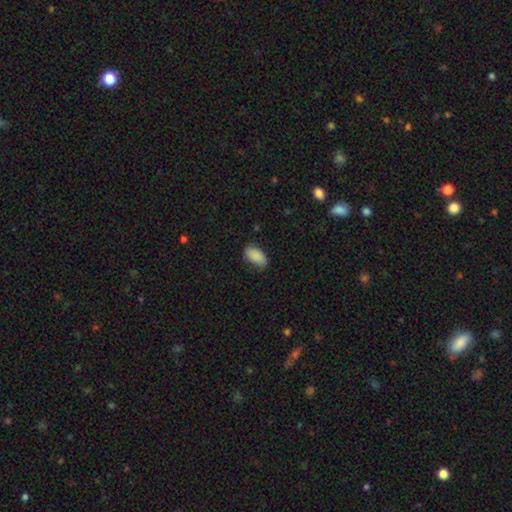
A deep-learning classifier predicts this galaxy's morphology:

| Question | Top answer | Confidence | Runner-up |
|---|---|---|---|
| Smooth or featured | smooth | 87% | star or artifact (7%) |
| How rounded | in between | 94% | round (4%) |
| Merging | none | 73% | minor disturbance (21%) |